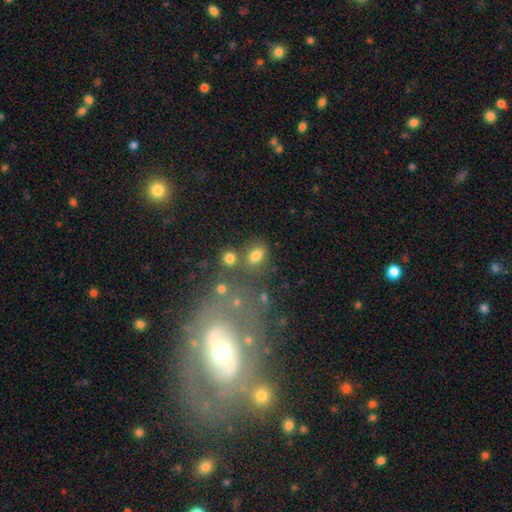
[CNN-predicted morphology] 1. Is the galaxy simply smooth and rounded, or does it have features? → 76% smooth, 14% star or artifact, 10% featured or disk.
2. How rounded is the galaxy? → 73% in between, 25% round, 2% cigar-shaped.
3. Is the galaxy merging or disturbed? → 69% none, 13% minor disturbance, 13% merger, 6% major disturbance.